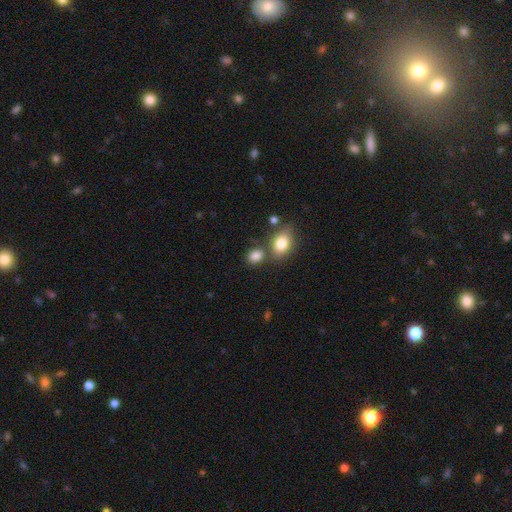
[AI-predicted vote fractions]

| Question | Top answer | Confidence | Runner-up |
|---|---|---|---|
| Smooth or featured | smooth | 84% | star or artifact (10%) |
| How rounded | in between | 52% | round (46%) |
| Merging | none | 61% | merger (23%) |